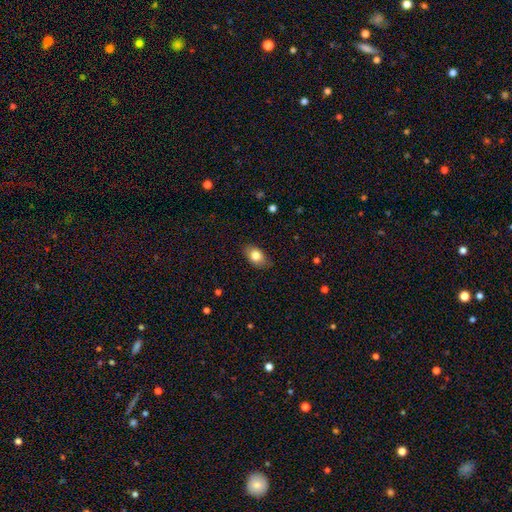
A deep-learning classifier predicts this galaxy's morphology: smooth_or_featured: smooth (p=0.81) [alt: featured or disk p=0.11]
how_rounded: in between (p=0.85) [alt: round p=0.13]
merging: none (p=0.83) [alt: minor disturbance p=0.14]